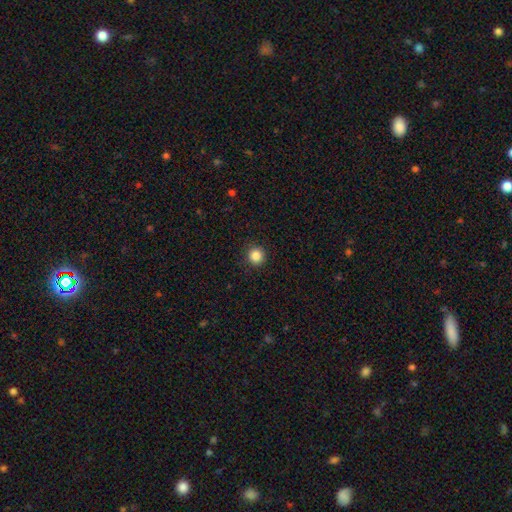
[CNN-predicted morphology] Overall: smooth (86%). How rounded: round (95%). Merging: none (92%).